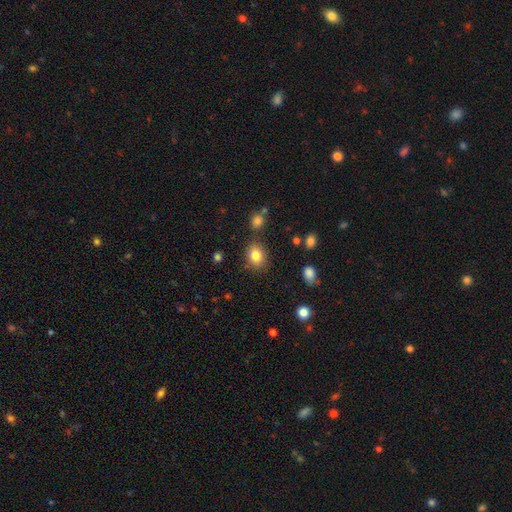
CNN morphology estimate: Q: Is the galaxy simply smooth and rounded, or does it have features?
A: smooth — 81%.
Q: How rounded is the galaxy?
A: round — 50%.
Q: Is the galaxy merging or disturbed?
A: none — 80%.